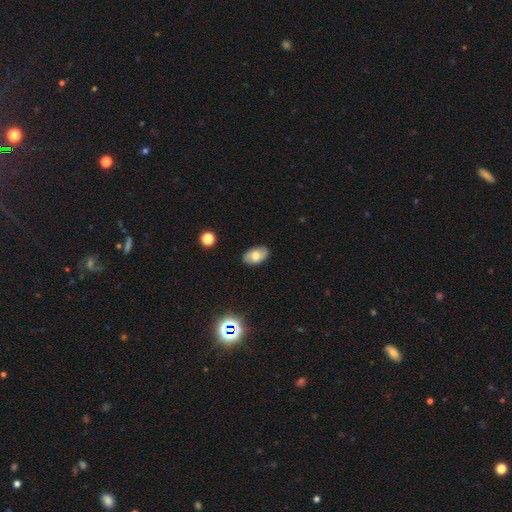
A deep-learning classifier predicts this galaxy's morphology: Smooth or featured? Predicted: smooth (p=0.72). How rounded? Predicted: in between (p=0.92). Merging? Predicted: none (p=0.86).